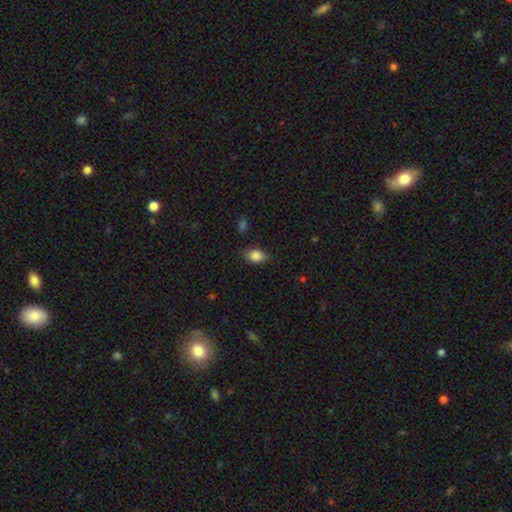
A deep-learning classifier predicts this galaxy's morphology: Q: Smooth or featured?
A: smooth (86%); runner-up: star or artifact (9%)
Q: How rounded?
A: in between (78%); runner-up: round (21%)
Q: Merging?
A: none (79%); runner-up: minor disturbance (16%)